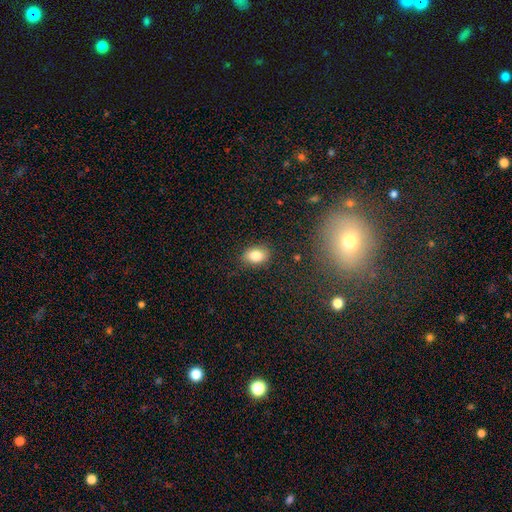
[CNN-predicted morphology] smooth 83%, star or artifact 9%, featured or disk 8%. Down the decision tree: how rounded — in between (78%); merging — none (83%).